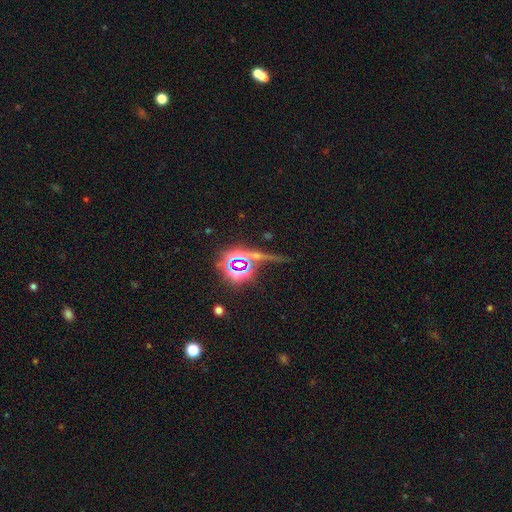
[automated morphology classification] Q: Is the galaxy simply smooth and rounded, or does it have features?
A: star or artifact — 69%.